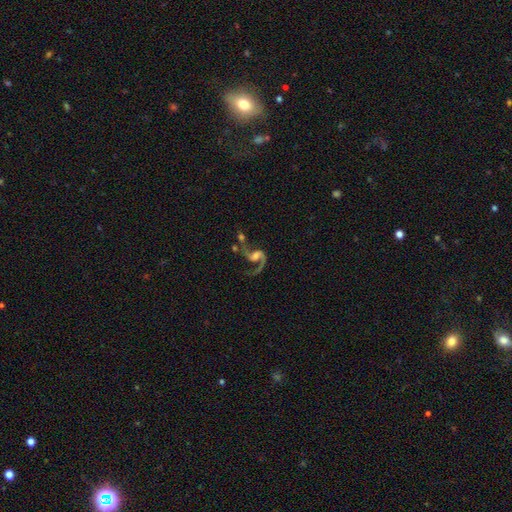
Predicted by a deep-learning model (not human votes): This is clearly a featured or disk galaxy (88%). It is clearly not viewed edge-on (98%). Bar: marginally no (43%, tied with weak). Spiral arm pattern: clearly yes (96%). Spiral arm count: clearly 2 (83%). Spiral winding: likely loose (61%). Central bulge: possibly moderate (45%). Merging: marginally none (39%).